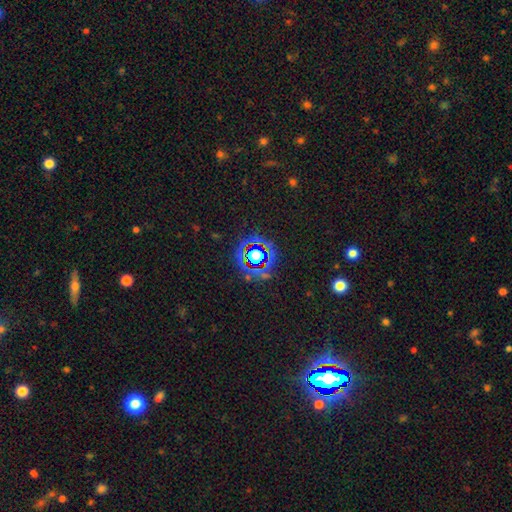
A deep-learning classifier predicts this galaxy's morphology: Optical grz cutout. It shows a star or artifact, not a galaxy (64%).